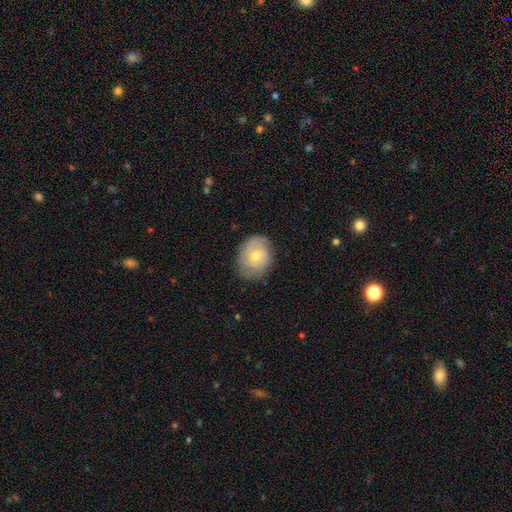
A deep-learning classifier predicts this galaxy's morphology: Overall: featured or disk (57%; smooth 35%). Edge-on disk: no (96%). Bar: no (69%). Spiral arms: yes (75%). Bulge size: moderate (57%; small 39%). Merging: none (76%).